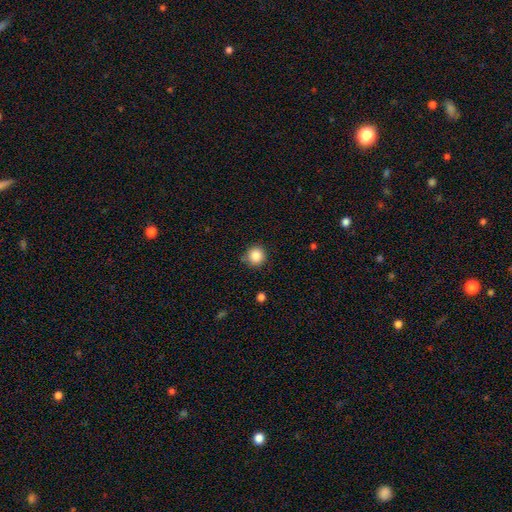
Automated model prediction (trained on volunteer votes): smooth_or_featured: smooth (p=0.86) [alt: star or artifact p=0.10]
how_rounded: round (p=0.93) [alt: in between p=0.06]
merging: none (p=0.83) [alt: minor disturbance p=0.12]